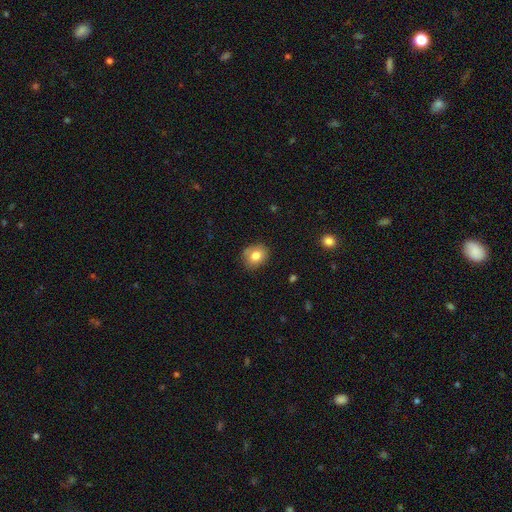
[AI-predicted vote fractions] Smooth or featured: smooth — 80% (featured or disk — 11%)
How rounded: round — 55% (in between — 44%)
Merging: none — 77% (minor disturbance — 18%)